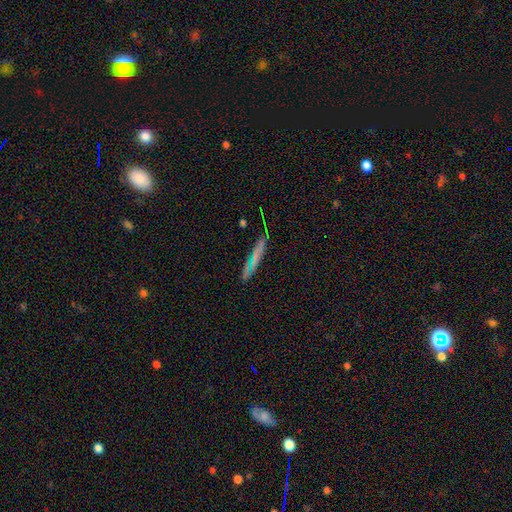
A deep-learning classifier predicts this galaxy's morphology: smooth 51%, featured or disk 37%, star or artifact 12%. Down the decision tree: how rounded — cigar-shaped (90%); merging — none (71%).